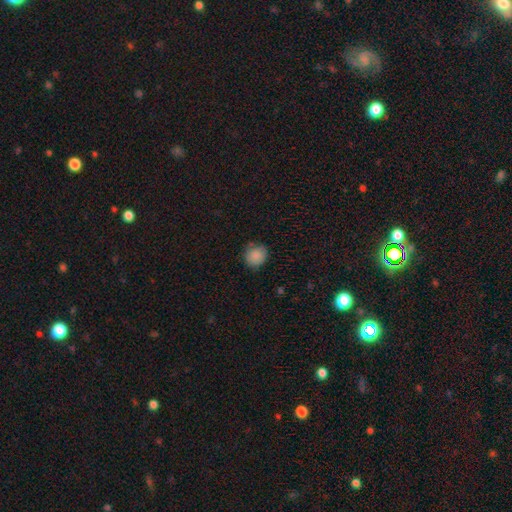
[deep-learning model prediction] Smooth or featured? smooth (86%)
How rounded? round (82%)
Merging? none (74%)